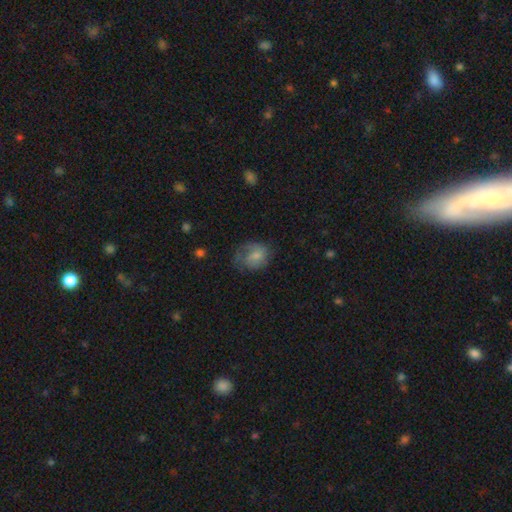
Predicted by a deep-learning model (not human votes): The model was most divided on "how rounded": in between: 51%, round: 48%, cigar-shaped: 1%. Remaining: smooth or featured — smooth (53%); merging — none (47%).